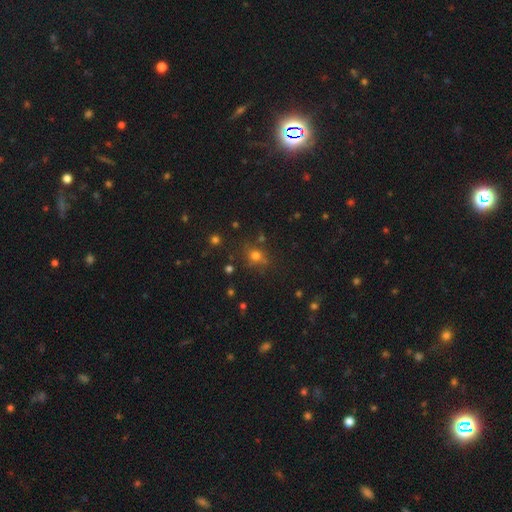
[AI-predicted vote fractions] smooth-or-featured: smooth: 68% | star or artifact: 22% | featured or disk: 10%
  how-rounded: round: 73% | in between: 25% | cigar-shaped: 1%
  merging: none: 73% | minor disturbance: 15% | merger: 6% | major disturbance: 6%